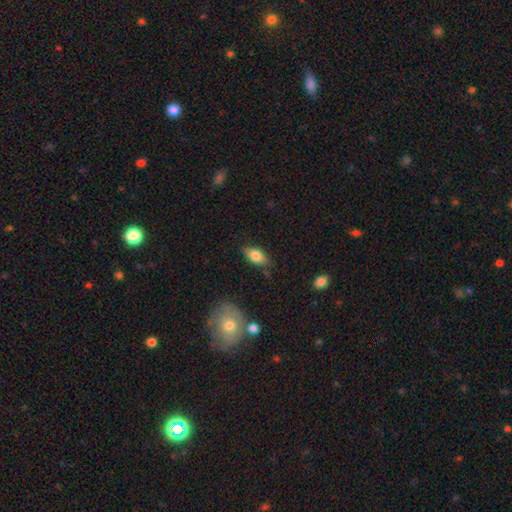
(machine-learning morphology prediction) Smooth or featured? Predicted: smooth (p=0.78). How rounded? Predicted: in between (p=0.87). Merging? Predicted: none (p=0.75).